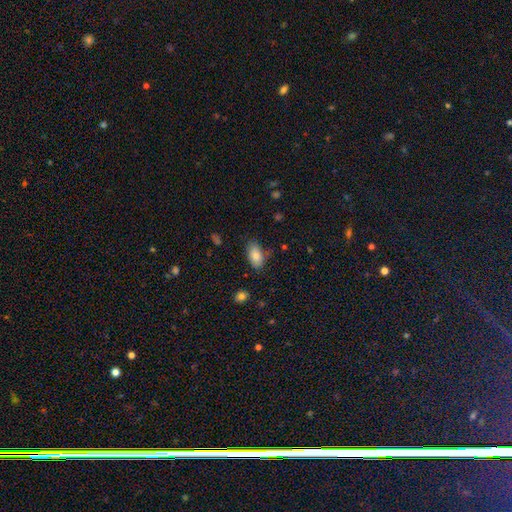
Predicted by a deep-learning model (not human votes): smooth 81%, featured or disk 11%, star or artifact 8%. Down the decision tree: how rounded — in between (92%); merging — none (73%).